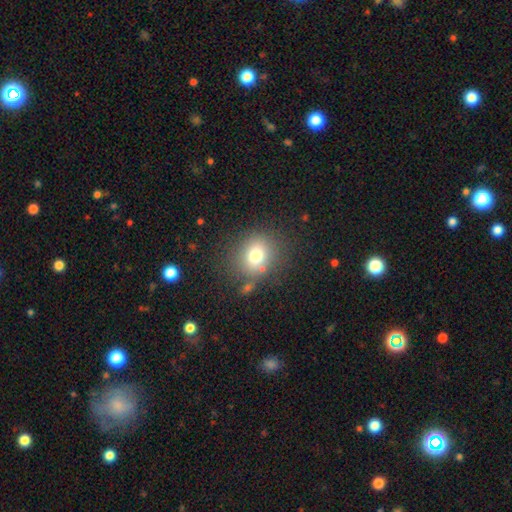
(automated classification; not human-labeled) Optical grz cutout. It shows a smooth galaxy with no disk features (74%) that is round (72%). Merging: none (74%).